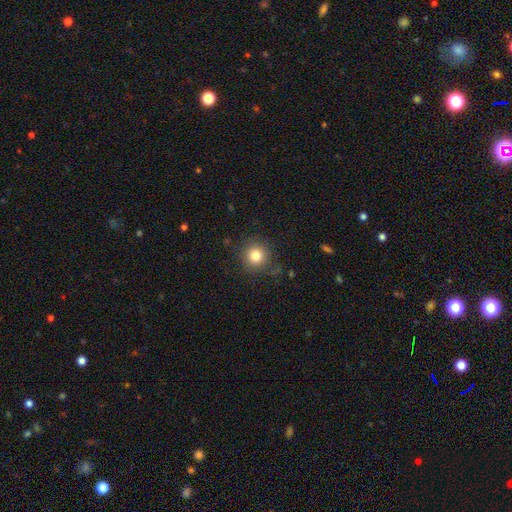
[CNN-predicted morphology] smooth-or-featured: smooth: 82% | star or artifact: 11% | featured or disk: 7%
  how-rounded: round: 93% | in between: 6% | cigar-shaped: 1%
  merging: none: 85% | minor disturbance: 10% | major disturbance: 4% | merger: 1%